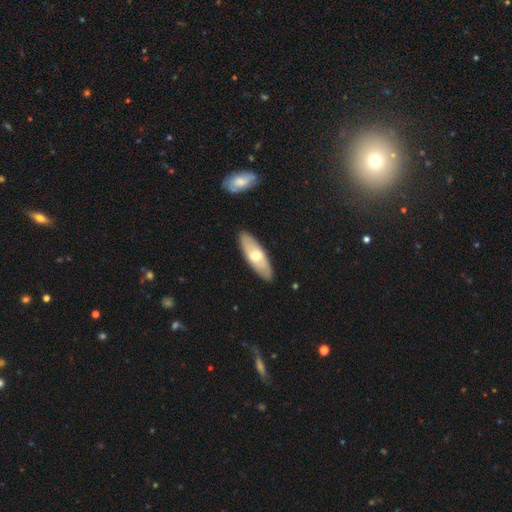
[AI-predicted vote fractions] This appears to be a smooth galaxy with no disk features (55%) that is in between round and cigar-shaped (63%). Merging: none (88%).